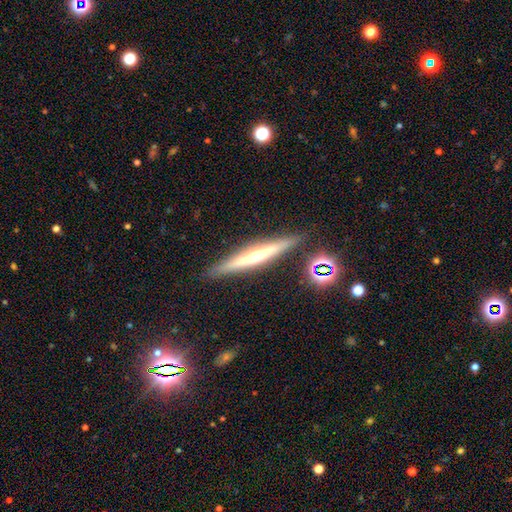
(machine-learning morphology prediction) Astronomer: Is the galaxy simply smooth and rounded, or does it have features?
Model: featured or disk — 62%.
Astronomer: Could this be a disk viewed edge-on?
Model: yes — 95%.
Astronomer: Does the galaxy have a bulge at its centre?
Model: rounded — 72%.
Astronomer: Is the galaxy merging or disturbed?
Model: none — 87%.